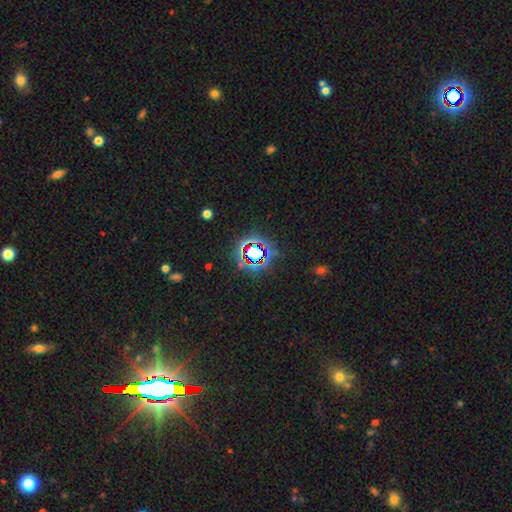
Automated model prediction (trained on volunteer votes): Smooth or featured? Predicted: star or artifact (p=0.73).